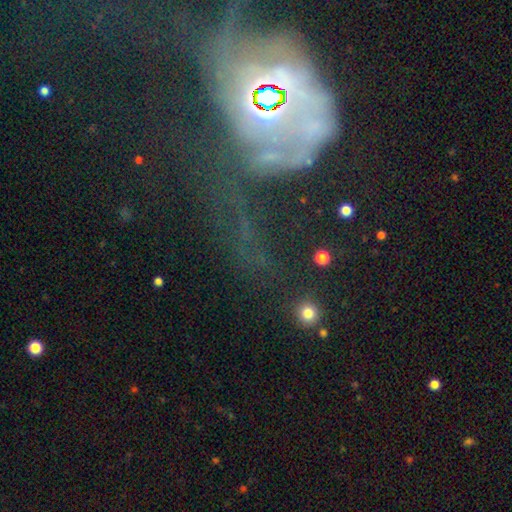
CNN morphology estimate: The model was most divided on "merging": major disturbance: 40%, none: 28%, merger: 18%, minor disturbance: 14%. Remaining: smooth or featured — featured or disk (48%).